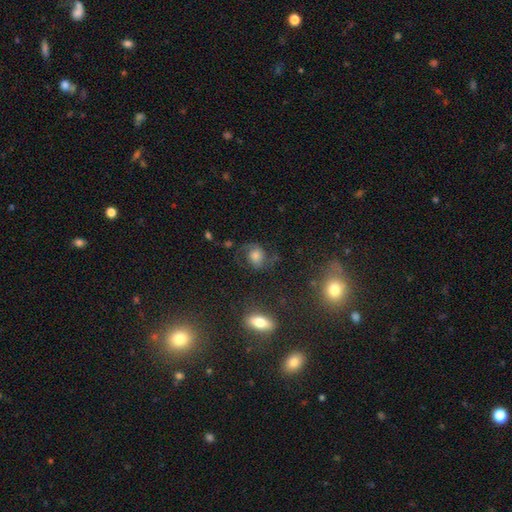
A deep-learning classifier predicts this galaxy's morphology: Smooth or featured? featured or disk (45%)
Merging? none (58%)